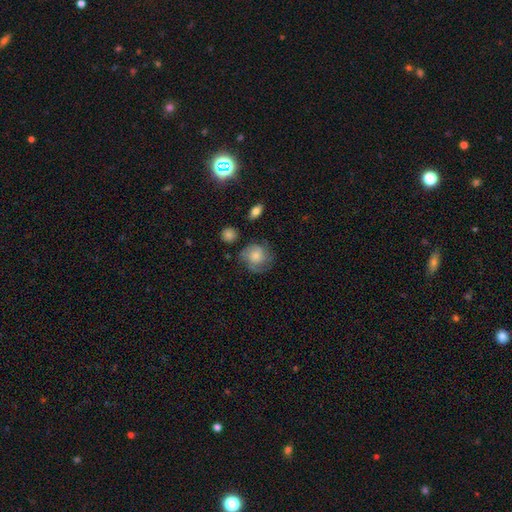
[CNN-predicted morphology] This appears to be a smooth galaxy with no disk features (49%). Merging: none (63%).